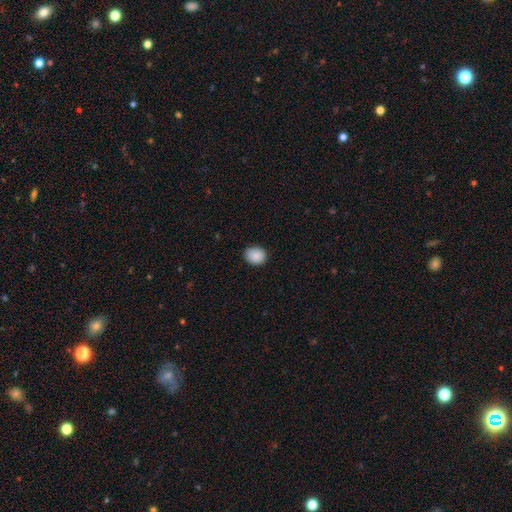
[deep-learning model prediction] A smooth galaxy with no disk features (90%) that is round (56%).

Vote fractions:
- Smooth or featured? smooth: 90% / star or artifact: 8% / featured or disk: 3%
- How rounded? round: 56% / in between: 43% / cigar-shaped: 1%
- Merging? none: 87% / minor disturbance: 10% / major disturbance: 2% / merger: 1%